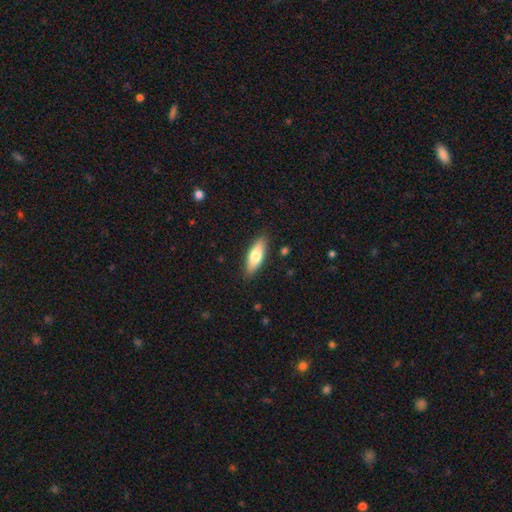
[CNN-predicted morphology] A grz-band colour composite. It shows a smooth galaxy with no disk features (70%) that is in between round and cigar-shaped (61%). Merging: none (87%).